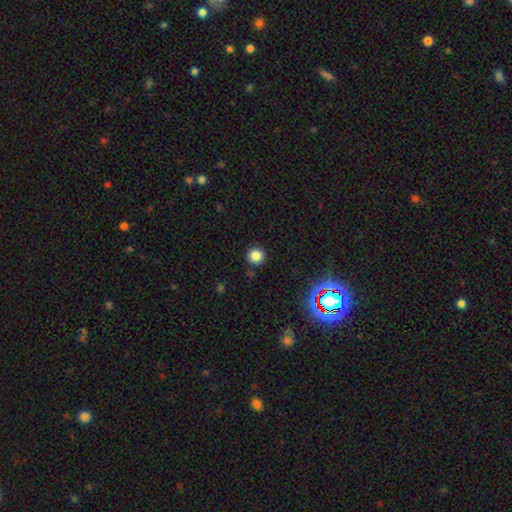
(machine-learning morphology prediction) type=smooth (83%); roundness=round (93%); merging=none (90%).